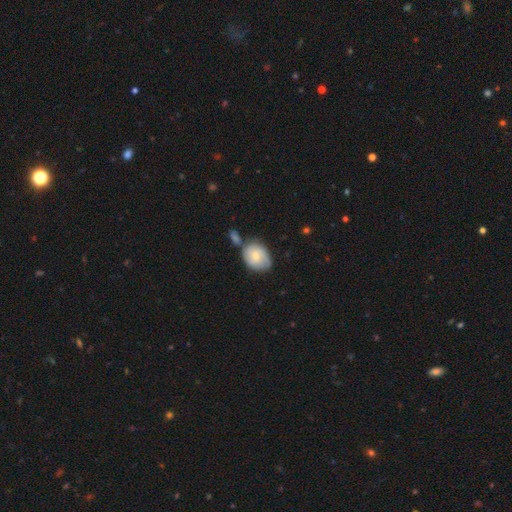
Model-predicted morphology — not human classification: type=smooth (61%); roundness=in between (53%); merging=none (45%).